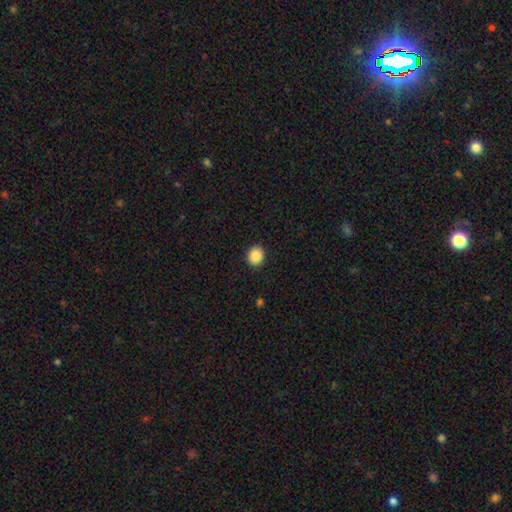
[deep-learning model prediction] Morphology: type=smooth (88%); roundness=round (65%); merging=none (91%).